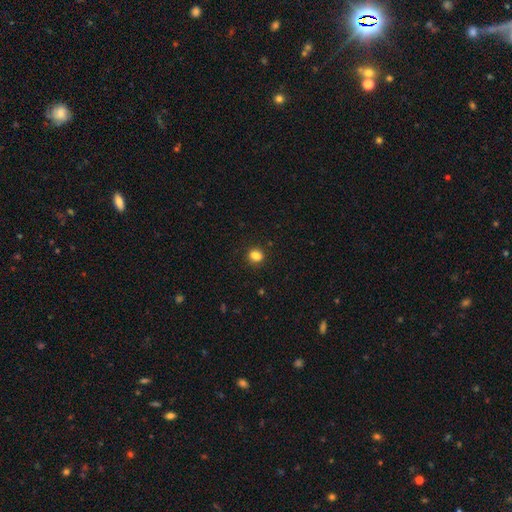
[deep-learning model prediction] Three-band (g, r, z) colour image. It shows a smooth galaxy with no disk features (84%) that is round (54%). Merging: none (85%).